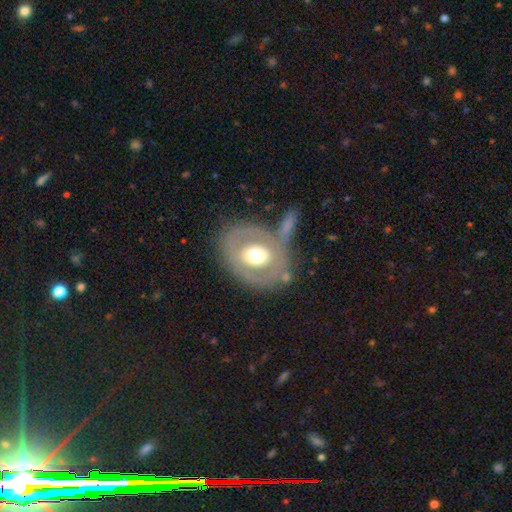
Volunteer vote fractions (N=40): This appears to be a featured or disk galaxy (65%) with no bar (79%), no spiral arms (96%) and a large central bulge (42%, tied with moderate). Merging: none (55%).